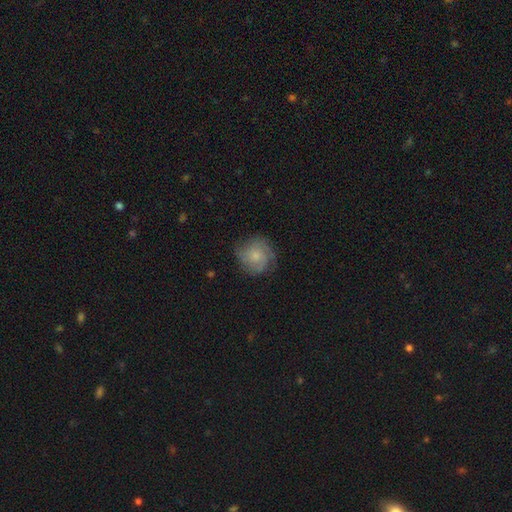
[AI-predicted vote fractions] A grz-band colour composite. It shows a featured or disk galaxy (49%). Merging: none (72%).